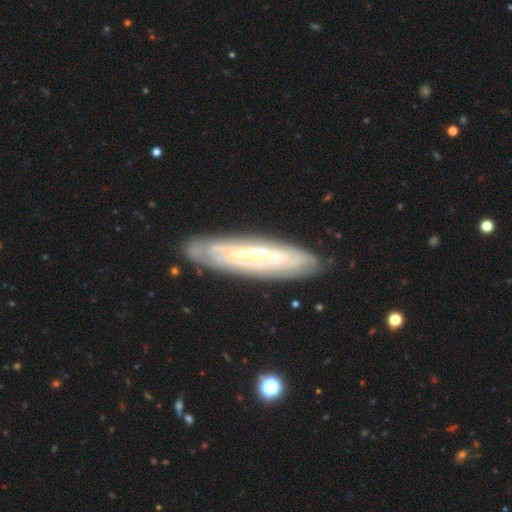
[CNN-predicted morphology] Overall: featured or disk (72%). Edge-on disk: no (58%; yes 42%). Merging: none (84%).